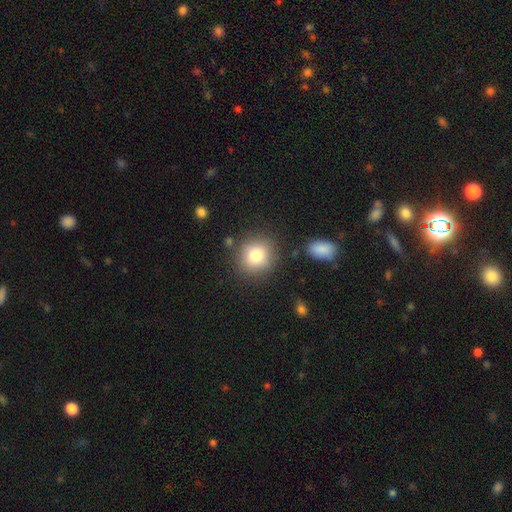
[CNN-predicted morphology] Smooth or featured? Predicted: smooth (p=0.80). How rounded? Predicted: round (p=0.86). Merging? Predicted: none (p=0.83).